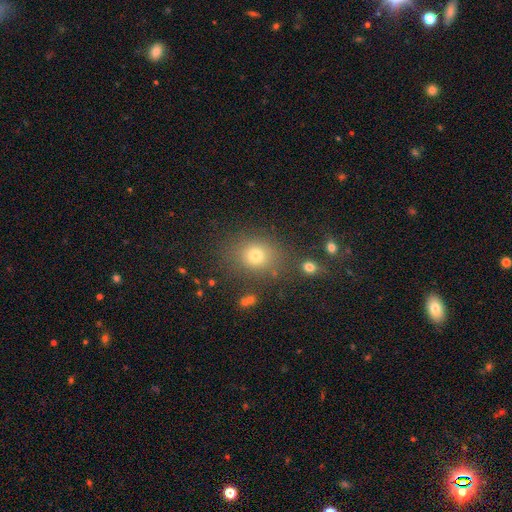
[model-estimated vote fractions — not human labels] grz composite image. It shows a smooth galaxy with no disk features (74%) that is round (65%). Merging: none (80%).